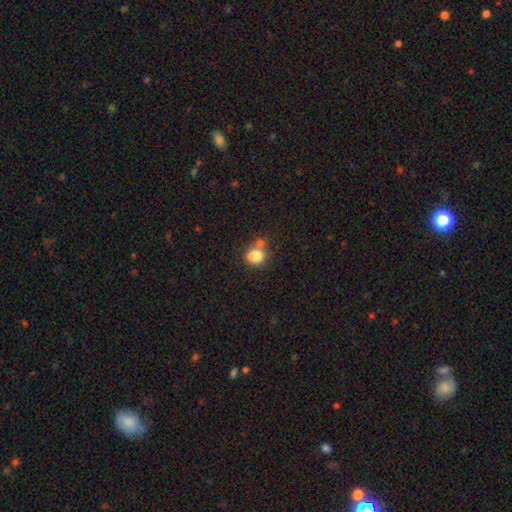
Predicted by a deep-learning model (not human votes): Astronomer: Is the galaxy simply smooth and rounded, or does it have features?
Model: smooth — 82%.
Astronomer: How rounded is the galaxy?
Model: round — 73%.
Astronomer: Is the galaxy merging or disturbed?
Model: none — 51% (runner-up: merger, 31%).